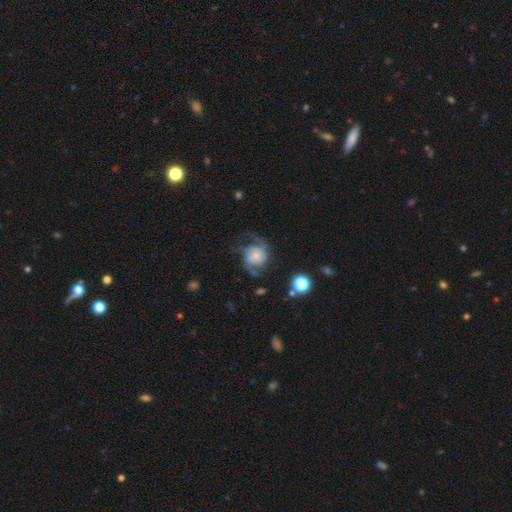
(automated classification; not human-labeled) Overall: featured or disk (72%). Edge-on disk: no (98%). Bar: no (74%). Spiral arms: yes (92%). Spiral arm count: 2 (56%). Spiral winding: medium (44%; loose 32%). Bulge size: small (55%; moderate 24%). Merging: none (51%; major disturbance 26%).